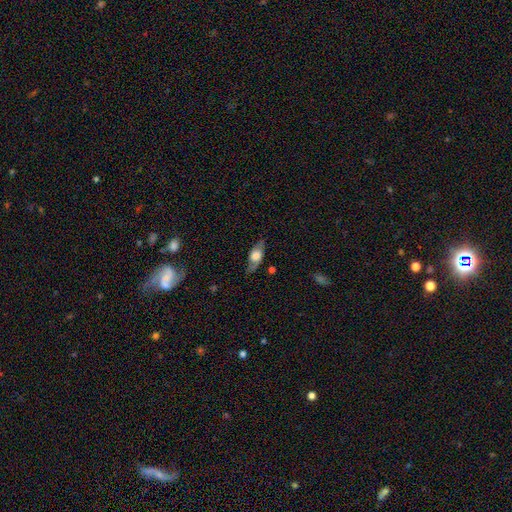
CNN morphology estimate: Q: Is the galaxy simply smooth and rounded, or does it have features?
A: smooth — 47%.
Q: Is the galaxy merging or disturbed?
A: none — 76%.